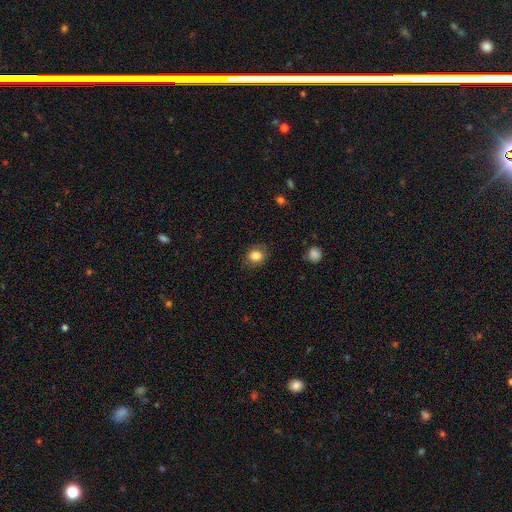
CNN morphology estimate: Overall: smooth (83%). How rounded: round (56%; in between 43%). Merging: none (82%).